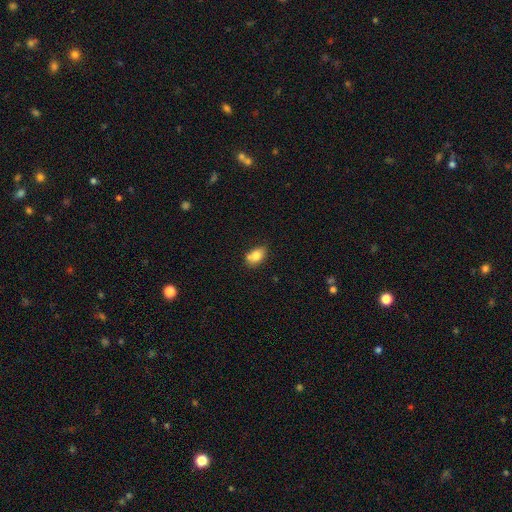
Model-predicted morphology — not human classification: The model was most divided on "merging": none: 60%, minor disturbance: 21%, merger: 15%, major disturbance: 4%. More confident: how rounded — in between (81%); smooth or featured — smooth (79%).